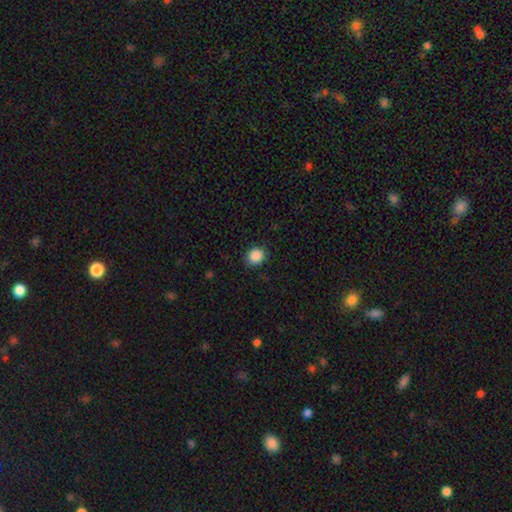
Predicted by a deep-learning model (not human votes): smooth 88%, star or artifact 9%, featured or disk 3%. Down the decision tree: how rounded — round (78%); merging — none (87%).